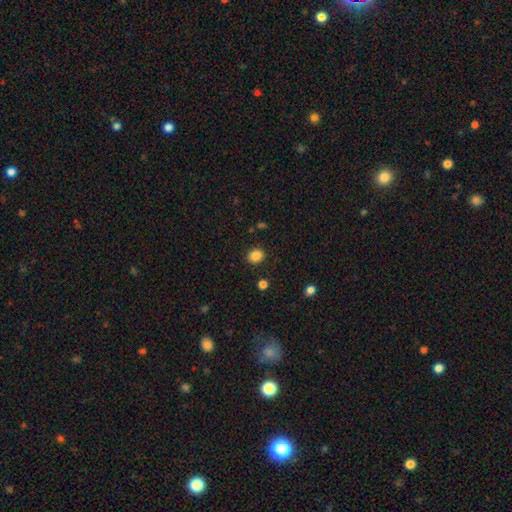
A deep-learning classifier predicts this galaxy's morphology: The model was most divided on "how rounded": round: 60%, in between: 39%, cigar-shaped: 1%. More confident: merging — none (87%); smooth or featured — smooth (86%).